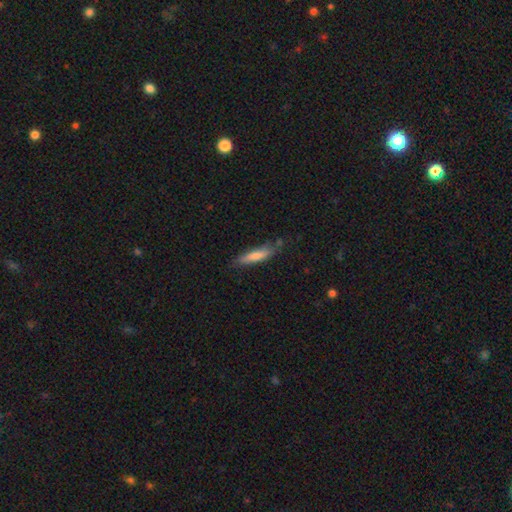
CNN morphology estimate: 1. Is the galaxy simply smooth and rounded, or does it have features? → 71% smooth, 22% featured or disk, 6% star or artifact.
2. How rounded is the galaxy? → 85% cigar-shaped, 14% in between, 1% round.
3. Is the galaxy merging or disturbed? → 77% none, 17% minor disturbance, 3% major disturbance, 3% merger.